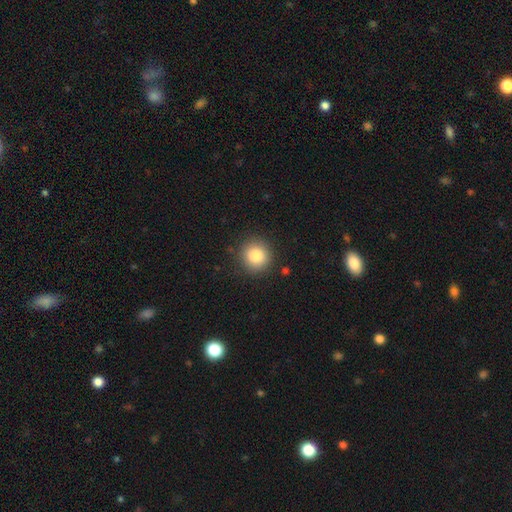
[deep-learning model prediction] A smooth galaxy with no disk features (84%) that is round (92%). Merging: none (89%).